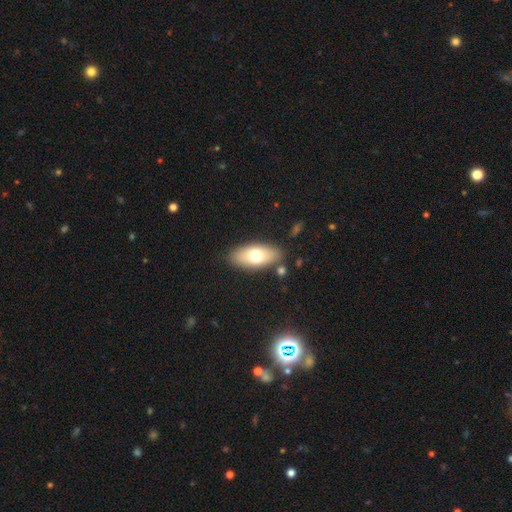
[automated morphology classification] Q: Smooth or featured?
A: smooth (67%); runner-up: featured or disk (27%)
Q: How rounded?
A: in between (85%); runner-up: cigar-shaped (11%)
Q: Merging?
A: none (84%); runner-up: minor disturbance (10%)